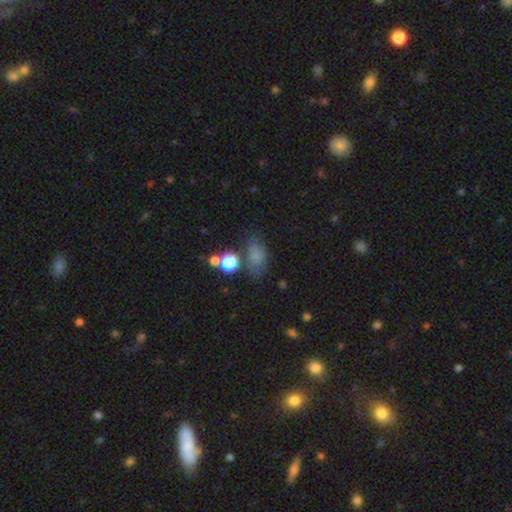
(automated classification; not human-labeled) smooth-or-featured: smooth: 74% | star or artifact: 16% | featured or disk: 10%
  how-rounded: in between: 78% | round: 19% | cigar-shaped: 3%
  merging: none: 61% | minor disturbance: 21% | merger: 10% | major disturbance: 9%